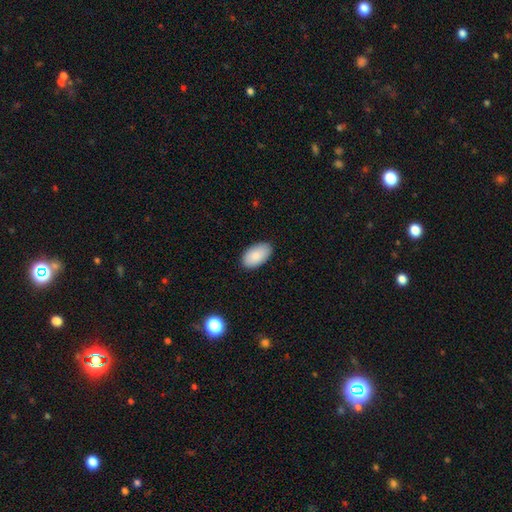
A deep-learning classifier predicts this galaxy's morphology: Q: Smooth or featured?
A: smooth (88%); runner-up: star or artifact (6%)
Q: How rounded?
A: in between (96%); runner-up: round (3%)
Q: Merging?
A: none (87%); runner-up: minor disturbance (10%)